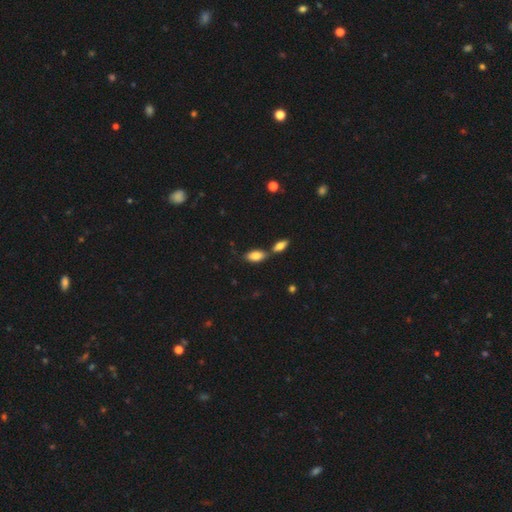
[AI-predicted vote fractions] Smooth or featured?
  - smooth: 82% *
  - featured or disk: 11%
  - star or artifact: 7%
How rounded?
  - in between: 90% *
  - cigar-shaped: 7%
  - round: 3%
Merging?
  - none: 55% *
  - merger: 30%
  - minor disturbance: 11%
  - major disturbance: 3%